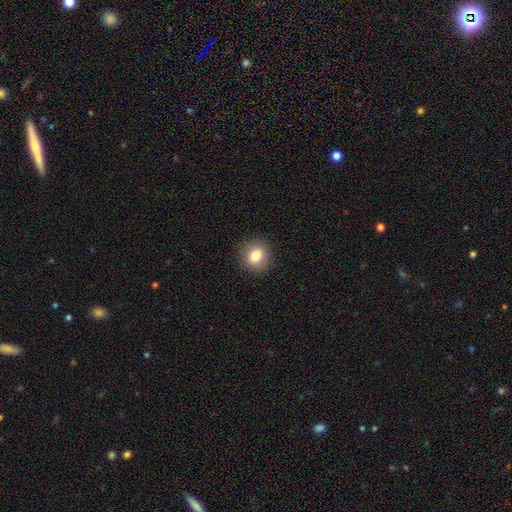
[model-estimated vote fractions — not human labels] Smooth or featured: smooth — 81% (featured or disk — 10%)
How rounded: round — 73% (in between — 26%)
Merging: none — 89% (minor disturbance — 7%)